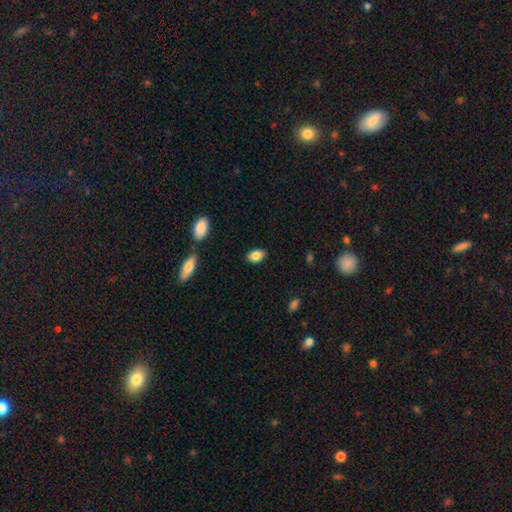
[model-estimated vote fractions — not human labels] smooth_or_featured: smooth (p=0.86) [alt: star or artifact p=0.07]
how_rounded: in between (p=0.89) [alt: round p=0.09]
merging: none (p=0.87) [alt: minor disturbance p=0.09]